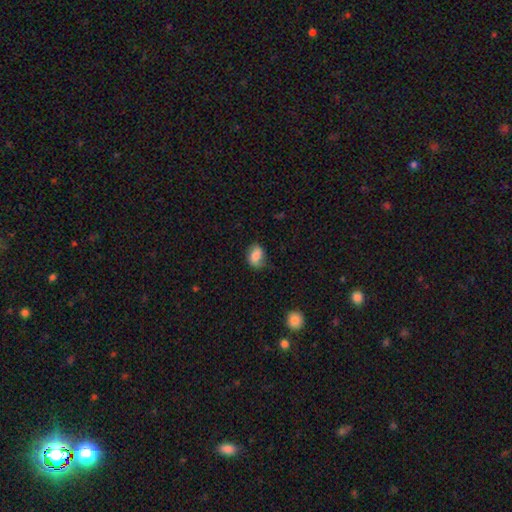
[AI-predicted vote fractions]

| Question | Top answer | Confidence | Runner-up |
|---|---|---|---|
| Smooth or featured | smooth | 75% | featured or disk (17%) |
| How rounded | in between | 73% | round (25%) |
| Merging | none | 60% | minor disturbance (29%) |